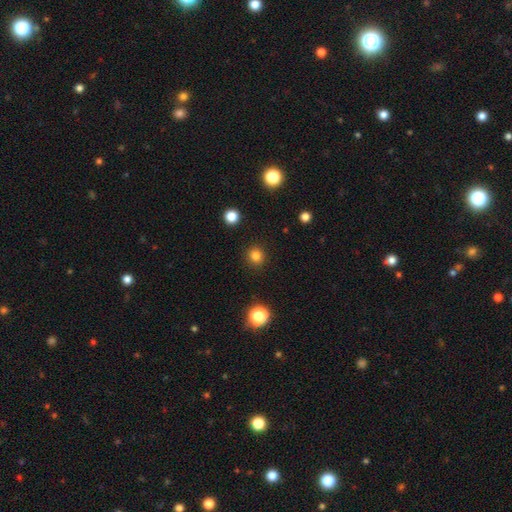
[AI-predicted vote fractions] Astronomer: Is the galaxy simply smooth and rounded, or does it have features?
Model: smooth — 82%.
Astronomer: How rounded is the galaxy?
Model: round — 89%.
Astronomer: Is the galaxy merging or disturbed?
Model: none — 91%.